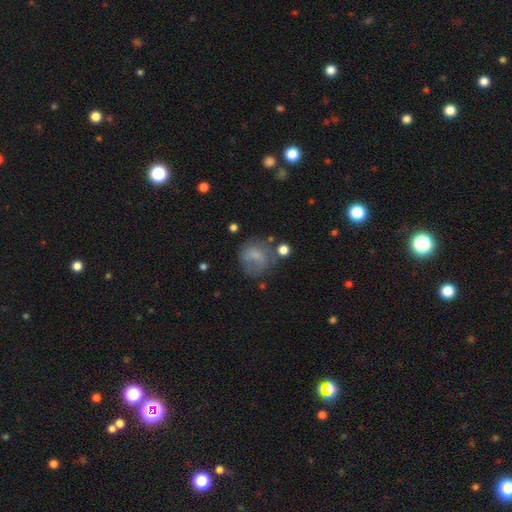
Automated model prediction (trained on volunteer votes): This is likely a smooth galaxy (61%). How rounded: likely round (76%). Merging: possibly none (48%).